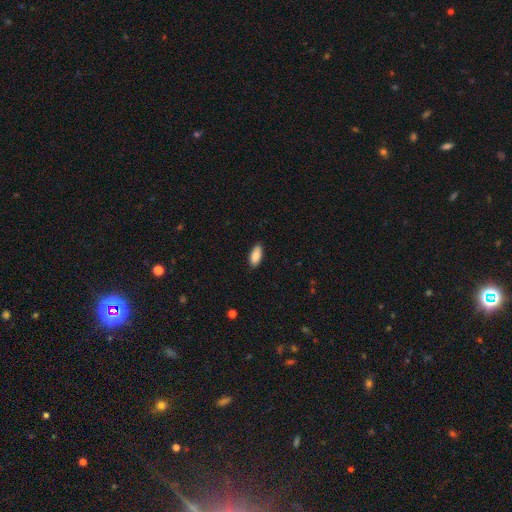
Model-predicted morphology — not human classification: Smooth or featured? Predicted: smooth (p=0.89). How rounded? Predicted: in between (p=0.88). Merging? Predicted: none (p=0.86).